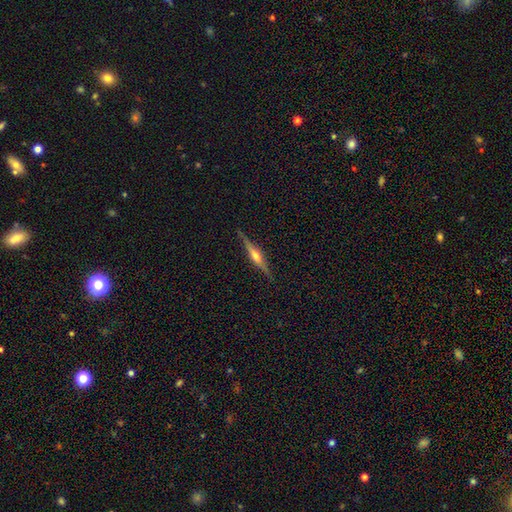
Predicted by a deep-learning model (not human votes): This appears to be a featured or disk galaxy (78%) viewed edge-on (98%) with a rounded central bulge (89%). Merging: none (89%).